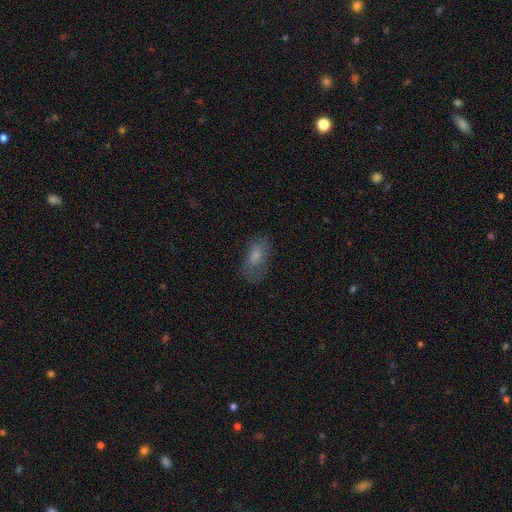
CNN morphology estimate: This is likely a smooth galaxy (68%). How rounded: clearly in between (89%). Merging: likely none (63%).